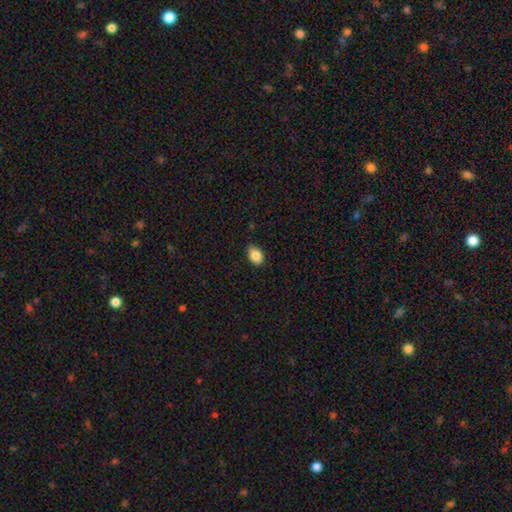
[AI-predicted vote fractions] Overall: smooth (86%). How rounded: in between (85%). Merging: none (82%).